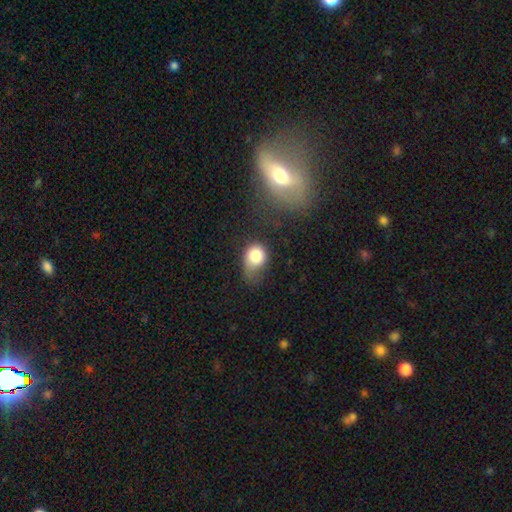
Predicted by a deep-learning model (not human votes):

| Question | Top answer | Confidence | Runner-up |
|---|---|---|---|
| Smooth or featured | smooth | 79% | featured or disk (12%) |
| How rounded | round | 56% | in between (43%) |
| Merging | minor disturbance | 40% | major disturbance (28%) |